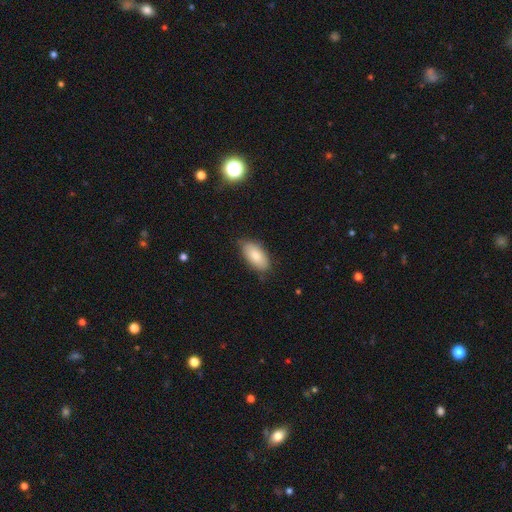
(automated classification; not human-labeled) Smooth or featured?
  - smooth: 80% *
  - featured or disk: 13%
  - star or artifact: 6%
How rounded?
  - in between: 93% *
  - cigar-shaped: 5%
  - round: 2%
Merging?
  - none: 75% *
  - minor disturbance: 20%
  - major disturbance: 3%
  - merger: 1%